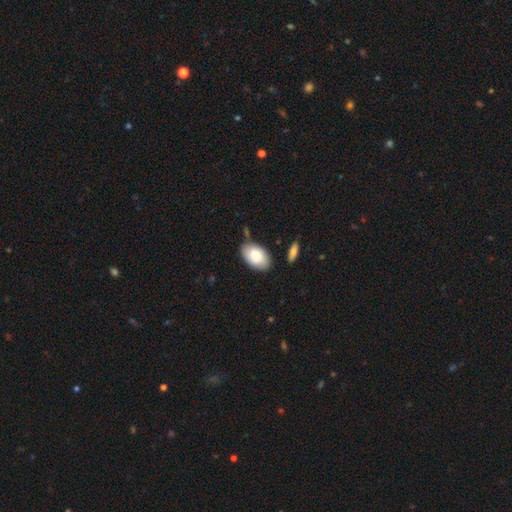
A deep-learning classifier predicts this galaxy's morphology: Overall: smooth (83%). How rounded: in between (94%). Merging: none (76%).